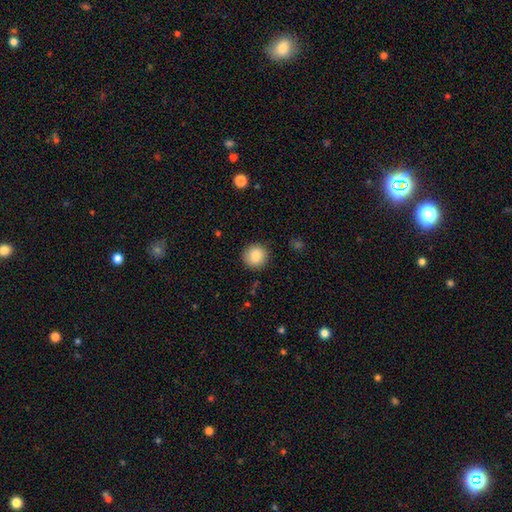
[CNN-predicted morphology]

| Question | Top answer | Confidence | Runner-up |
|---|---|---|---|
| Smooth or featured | smooth | 86% | star or artifact (8%) |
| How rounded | round | 93% | in between (6%) |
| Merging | none | 89% | minor disturbance (8%) |